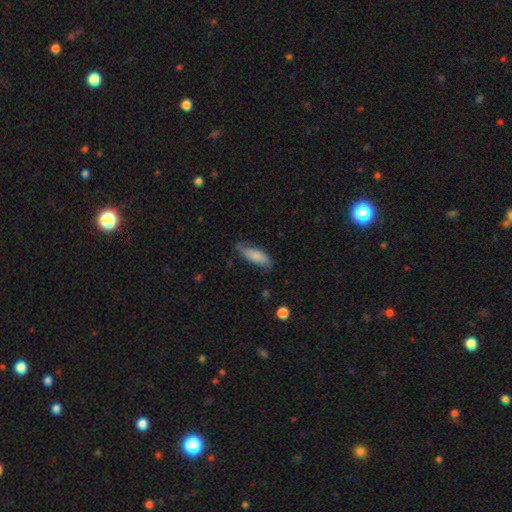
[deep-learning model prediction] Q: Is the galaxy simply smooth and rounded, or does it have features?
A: smooth — 76%.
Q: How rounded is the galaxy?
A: in between — 57%.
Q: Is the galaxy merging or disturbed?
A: none — 65%.